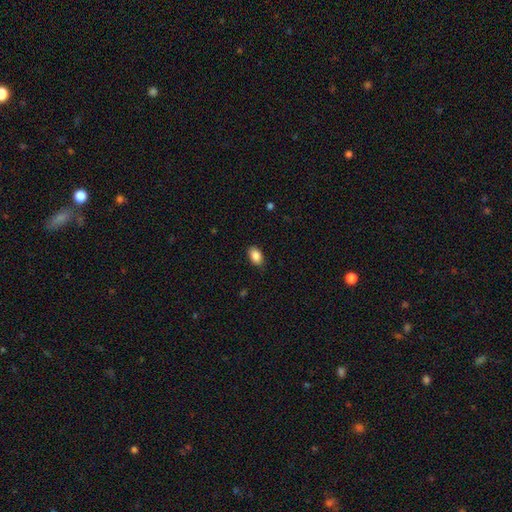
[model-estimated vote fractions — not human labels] smooth_or_featured: smooth (p=0.88) [alt: star or artifact p=0.08]
how_rounded: in between (p=0.89) [alt: round p=0.10]
merging: none (p=0.86) [alt: minor disturbance p=0.11]